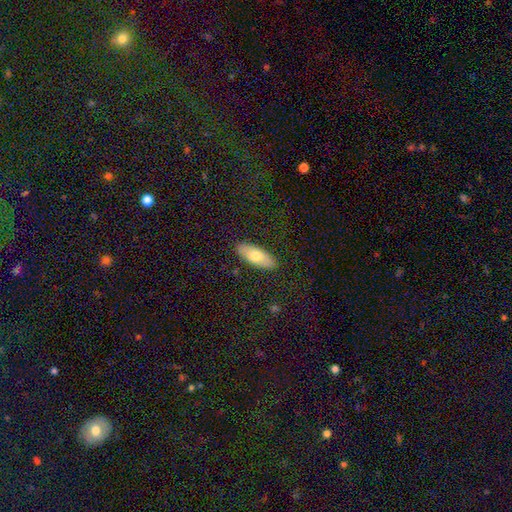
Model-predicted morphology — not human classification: This appears to be a smooth galaxy with no disk features (71%) that is in between round and cigar-shaped (76%). Merging: none (89%).